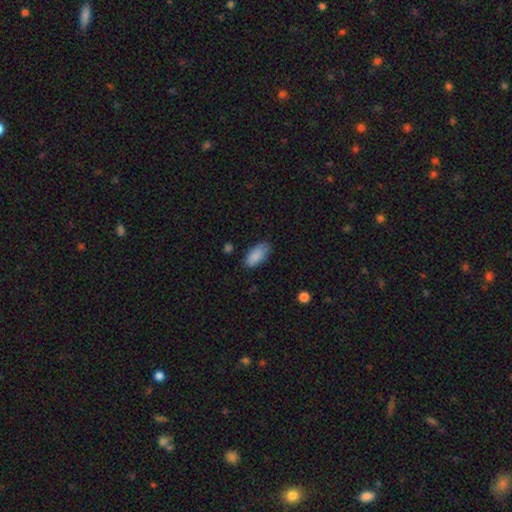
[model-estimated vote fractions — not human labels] A smooth galaxy with no disk features (88%) that is in between round and cigar-shaped (91%).

Vote fractions:
- Smooth or featured? smooth: 88% / star or artifact: 7% / featured or disk: 6%
- How rounded? in between: 91% / cigar-shaped: 7% / round: 2%
- Merging? none: 76% / minor disturbance: 19% / major disturbance: 4% / merger: 2%